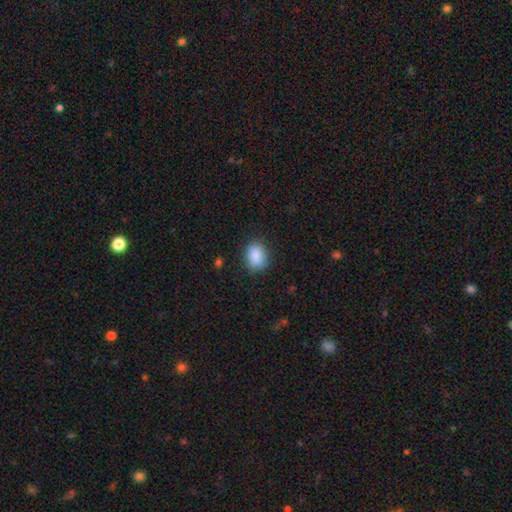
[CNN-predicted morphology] Smooth or featured? Predicted: smooth (p=0.88). How rounded? Predicted: in between (p=0.63). Merging? Predicted: none (p=0.83).